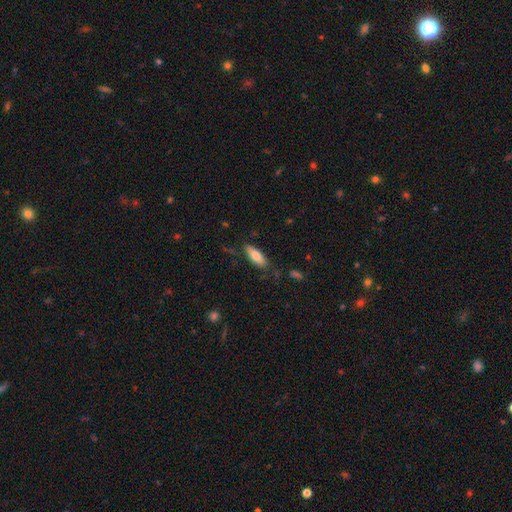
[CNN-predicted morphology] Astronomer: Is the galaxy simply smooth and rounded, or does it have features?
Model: smooth — 77%.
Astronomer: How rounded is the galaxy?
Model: in between — 63%.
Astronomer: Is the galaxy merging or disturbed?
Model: none — 78%.